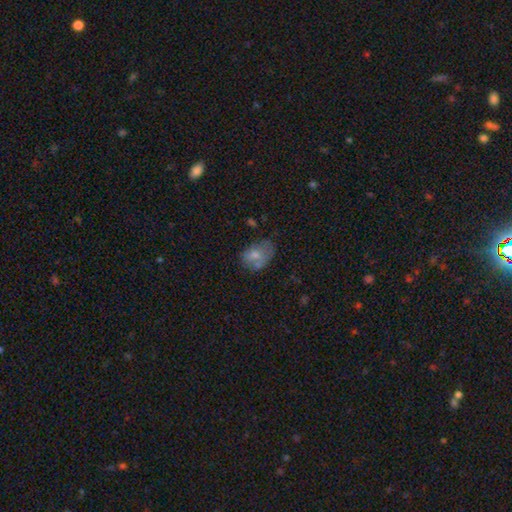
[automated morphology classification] This appears to be a smooth galaxy with no disk features (69%) that is in between round and cigar-shaped (76%). Merging: none (43%).